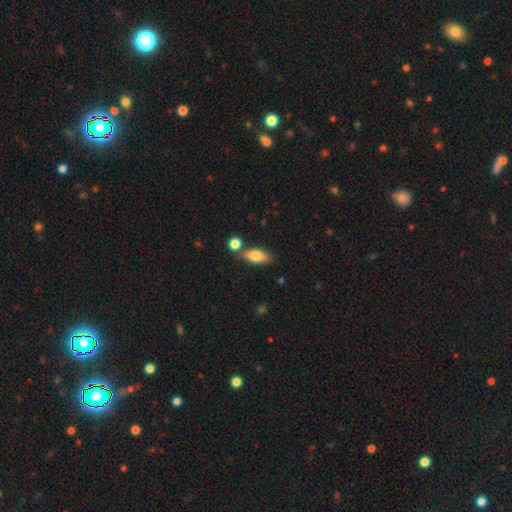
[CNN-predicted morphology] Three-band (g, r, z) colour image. It shows a smooth galaxy with no disk features (78%) that is in between round and cigar-shaped (78%). Merging: none (70%).